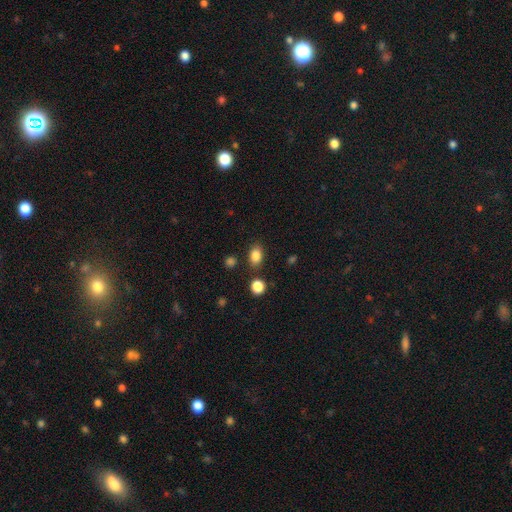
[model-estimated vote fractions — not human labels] This appears to be a smooth galaxy with no disk features (85%) that is in between round and cigar-shaped (76%). Merging: none (83%).